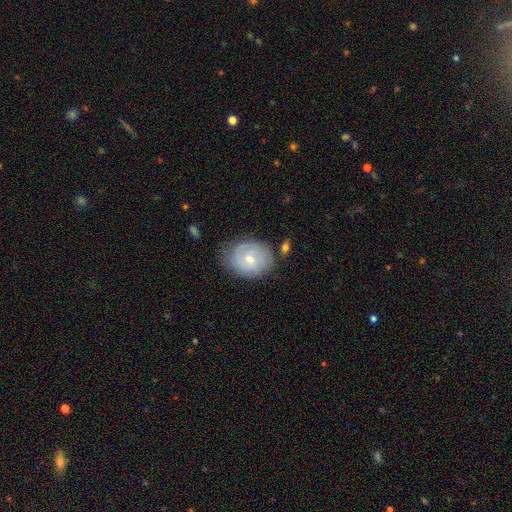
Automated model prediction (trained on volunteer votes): Smooth or featured?
  - smooth: 53% *
  - featured or disk: 39%
  - star or artifact: 8%
How rounded?
  - in between: 51% *
  - round: 48%
  - cigar-shaped: 1%
Merging?
  - none: 70% *
  - minor disturbance: 21%
  - major disturbance: 5%
  - merger: 3%